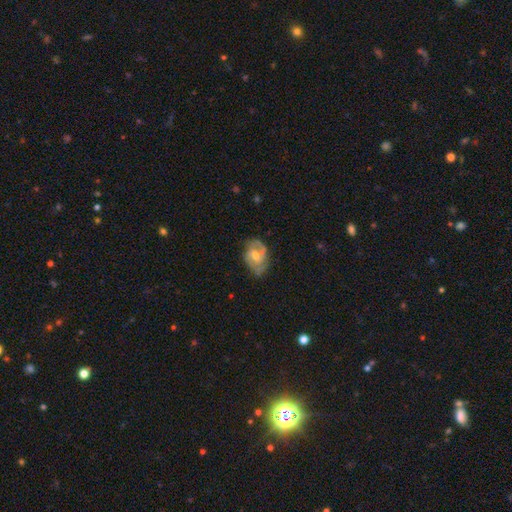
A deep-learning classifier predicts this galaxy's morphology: Smooth or featured? featured or disk (76%)
Edge-on disk? no (97%)
Bar? weak (50%)
Spiral arms? yes (92%)
Spiral winding? medium (49%)
Spiral arm count? 2 (73%)
Bulge size? moderate (55%)
Merging? none (69%)